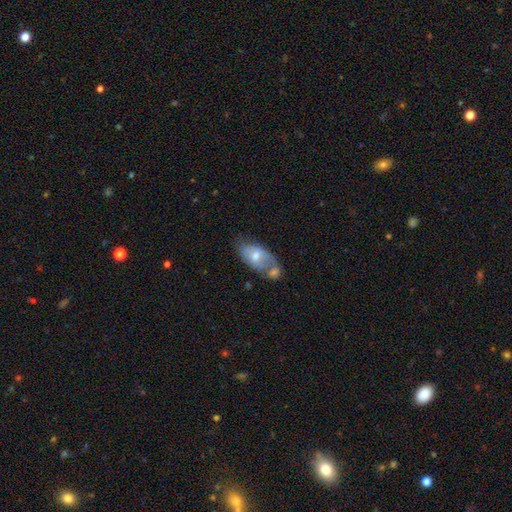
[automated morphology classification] Smooth or featured?
  - smooth: 49% *
  - featured or disk: 44%
  - star or artifact: 7%
Merging?
  - merger: 38% *
  - none: 31%
  - minor disturbance: 19%
  - major disturbance: 12%